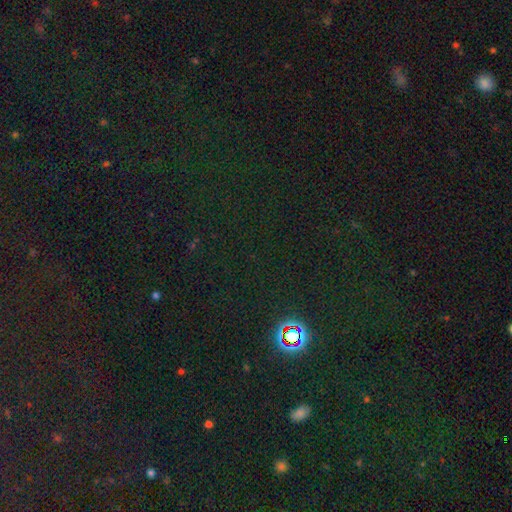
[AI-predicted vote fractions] Q: Smooth or featured?
A: star or artifact (80%); runner-up: smooth (14%)